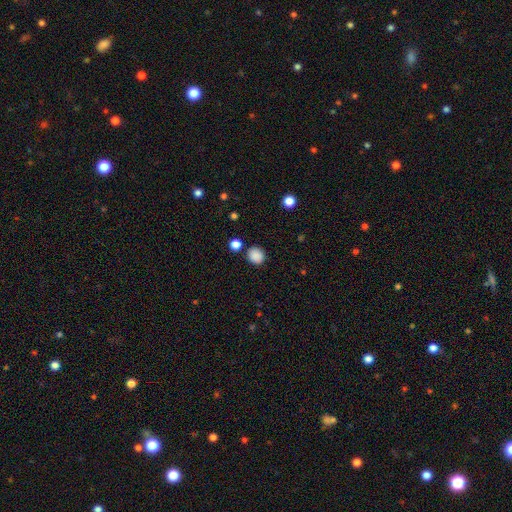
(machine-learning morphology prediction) Smooth or featured? Predicted: smooth (p=0.87). How rounded? Predicted: round (p=0.82). Merging? Predicted: none (p=0.84).